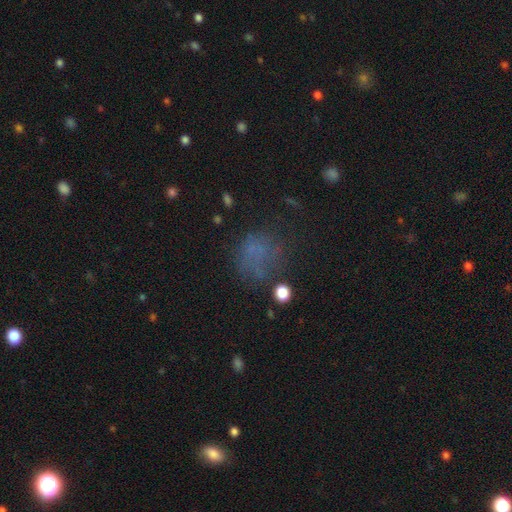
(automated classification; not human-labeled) smooth-or-featured: smooth: 53% | star or artifact: 26% | featured or disk: 21%
  how-rounded: round: 67% | in between: 31% | cigar-shaped: 1%
  merging: none: 49% | major disturbance: 24% | minor disturbance: 21% | merger: 5%